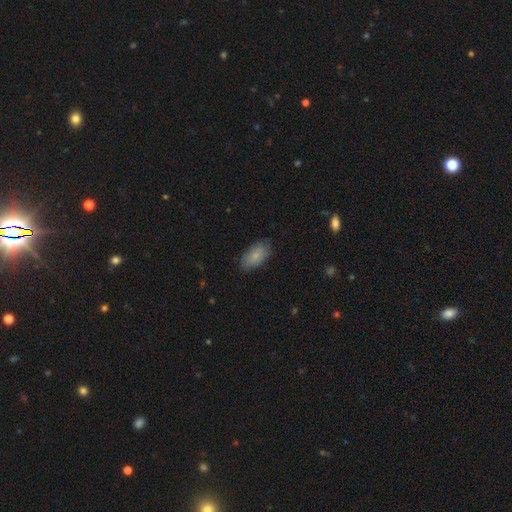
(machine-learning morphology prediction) smooth_or_featured: smooth (p=0.82) [alt: featured or disk p=0.11]
how_rounded: in between (p=0.93) [alt: round p=0.04]
merging: none (p=0.80) [alt: minor disturbance p=0.16]